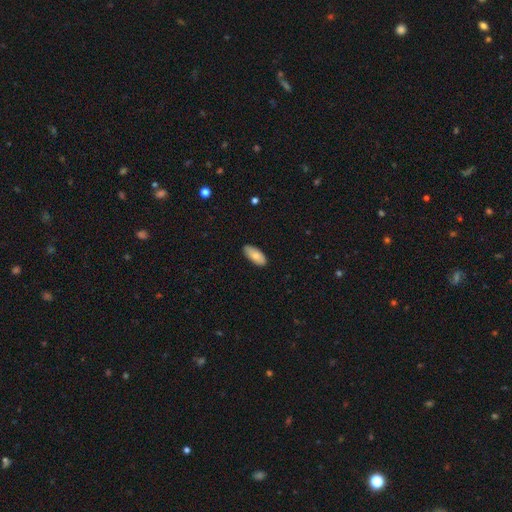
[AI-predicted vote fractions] A smooth galaxy with no disk features (80%) that is in between round and cigar-shaped (89%). Merging: none (86%).